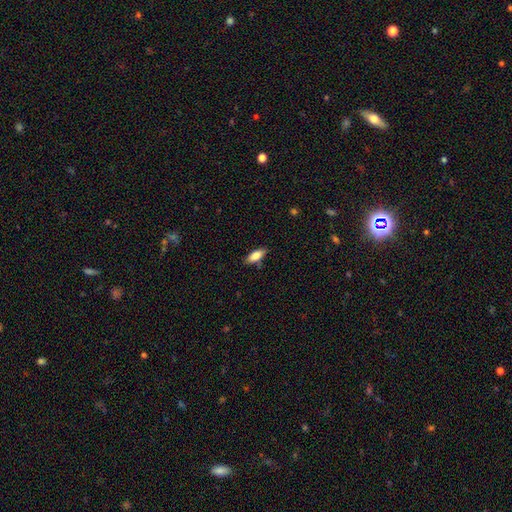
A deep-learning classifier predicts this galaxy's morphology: Smooth or featured: smooth — 78% (featured or disk — 15%)
How rounded: in between — 78% (cigar-shaped — 20%)
Merging: none — 82% (minor disturbance — 13%)